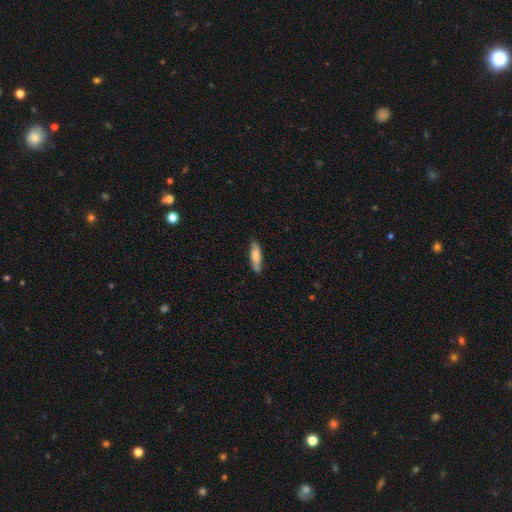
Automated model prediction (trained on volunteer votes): Q: Smooth or featured?
A: smooth (74%); runner-up: featured or disk (20%)
Q: How rounded?
A: cigar-shaped (62%); runner-up: in between (36%)
Q: Merging?
A: none (81%); runner-up: minor disturbance (15%)